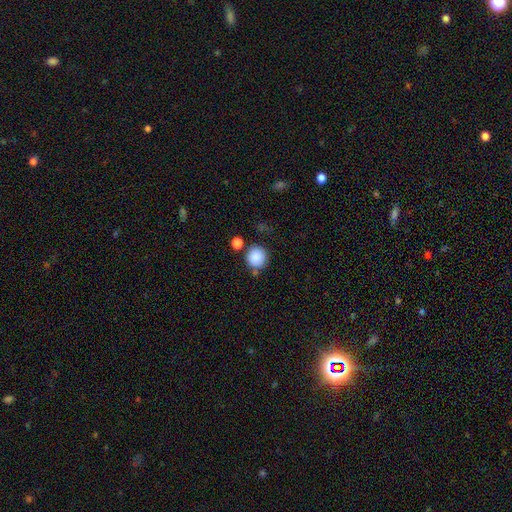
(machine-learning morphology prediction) Smooth or featured? Predicted: smooth (p=0.87). How rounded? Predicted: round (p=0.92). Merging? Predicted: none (p=0.76).